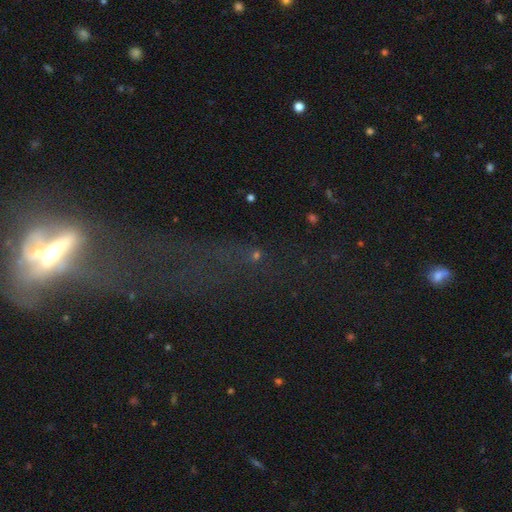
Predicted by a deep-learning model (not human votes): This appears to be a star or artifact, not a galaxy (62%).